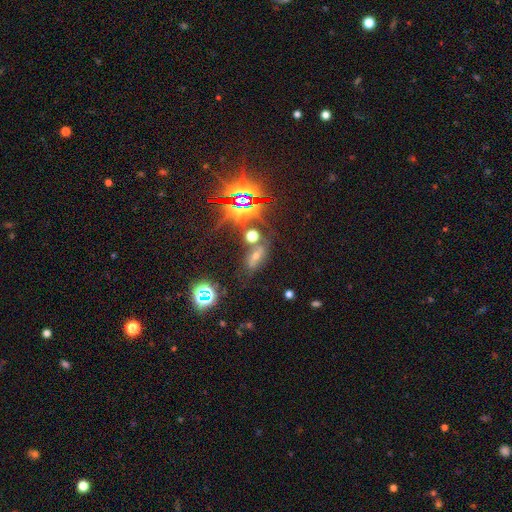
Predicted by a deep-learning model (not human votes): star or artifact 54%, smooth 24%, featured or disk 21%.